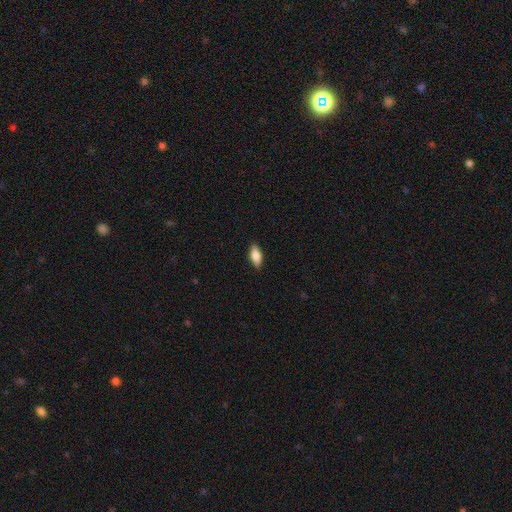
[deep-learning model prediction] smooth 74%, featured or disk 19%, star or artifact 7%. Down the decision tree: how rounded — in between (81%); merging — none (88%).